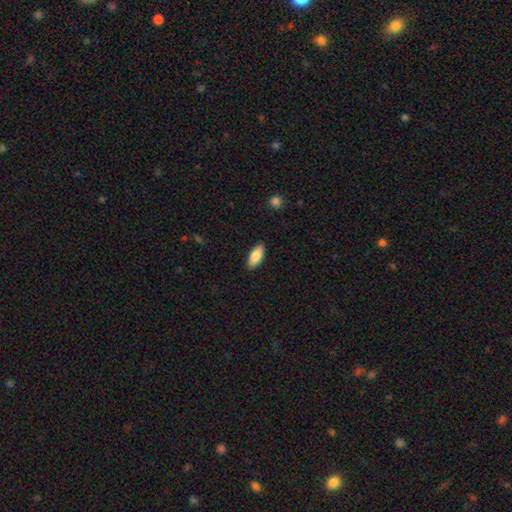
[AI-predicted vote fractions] Overall: smooth (82%). How rounded: in between (84%). Merging: none (89%).